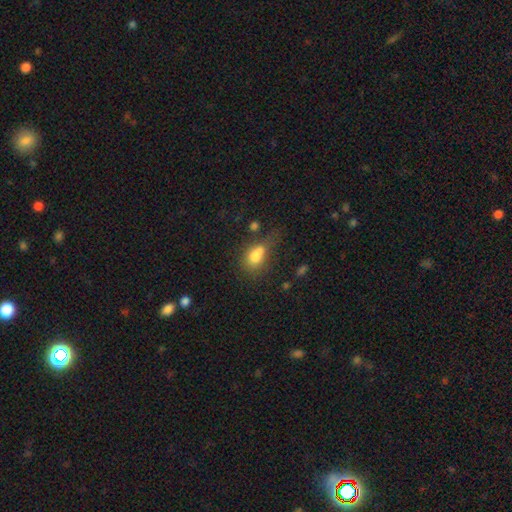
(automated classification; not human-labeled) Smooth or featured? Predicted: smooth (p=0.73). How rounded? Predicted: in between (p=0.68). Merging? Predicted: merger (p=0.32).